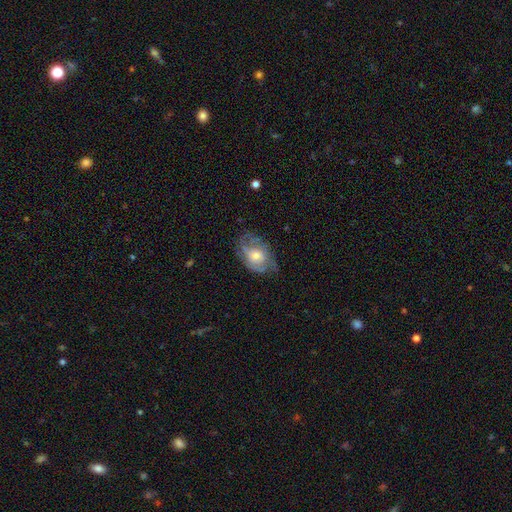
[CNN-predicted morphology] Smooth or featured? Predicted: featured or disk (p=0.56). Edge-on disk? Predicted: no (p=0.95). Bar? Predicted: no (p=0.78). Spiral arms? Predicted: yes (p=0.64). Bulge size? Predicted: moderate (p=0.55). Merging? Predicted: none (p=0.59).